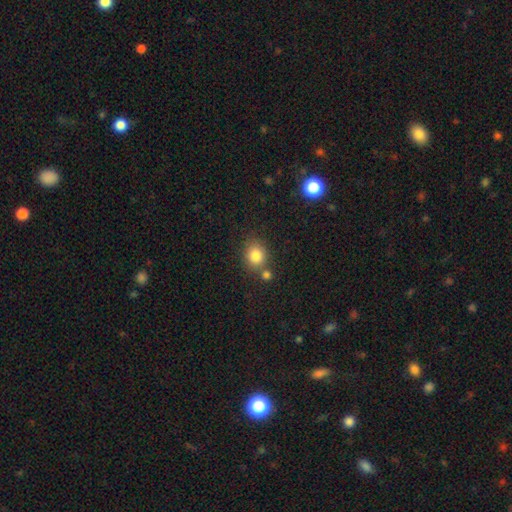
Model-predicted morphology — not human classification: A smooth galaxy with no disk features (82%) that is round (71%).

Vote fractions:
- Smooth or featured? smooth: 82% / star or artifact: 11% / featured or disk: 7%
- How rounded? round: 71% / in between: 29% / cigar-shaped: 1%
- Merging? none: 66% / merger: 19% / minor disturbance: 12% / major disturbance: 4%